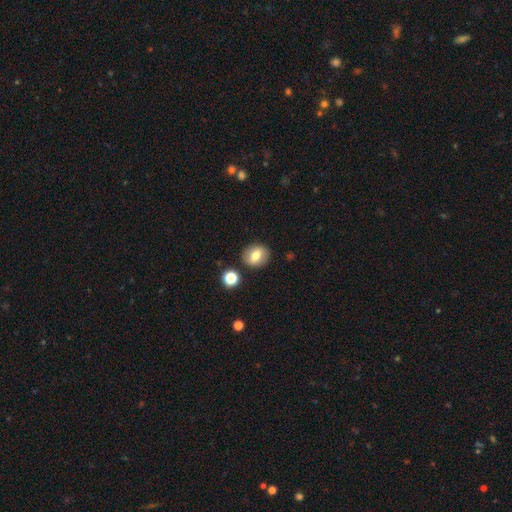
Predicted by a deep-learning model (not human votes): smooth_or_featured: smooth (p=0.72) [alt: featured or disk p=0.18]
how_rounded: round (p=0.66) [alt: in between p=0.33]
merging: none (p=0.86) [alt: minor disturbance p=0.08]